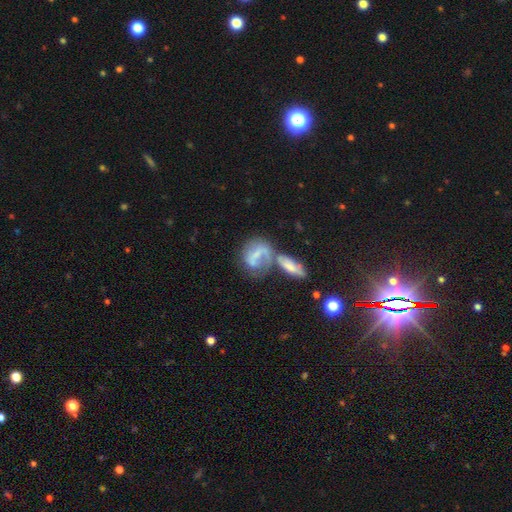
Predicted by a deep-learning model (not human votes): featured or disk 47%, smooth 45%, star or artifact 9%. Down the decision tree: merging — merger (44%).